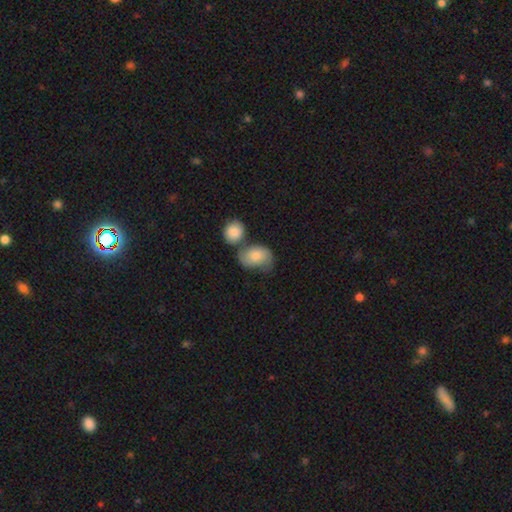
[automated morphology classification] A smooth galaxy with no disk features (62%) that is in between round and cigar-shaped (68%).

Vote fractions:
- Smooth or featured? smooth: 62% / featured or disk: 31% / star or artifact: 7%
- How rounded? in between: 68% / round: 31% / cigar-shaped: 1%
- Merging? merger: 40% / none: 34% / minor disturbance: 18% / major disturbance: 8%